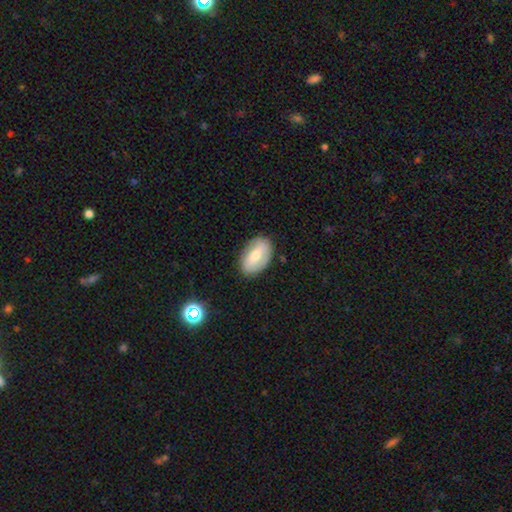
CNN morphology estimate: Smooth or featured?
  - smooth: 60% *
  - featured or disk: 34%
  - star or artifact: 7%
How rounded?
  - in between: 91% *
  - round: 7%
  - cigar-shaped: 2%
Merging?
  - none: 82% *
  - minor disturbance: 13%
  - major disturbance: 3%
  - merger: 1%